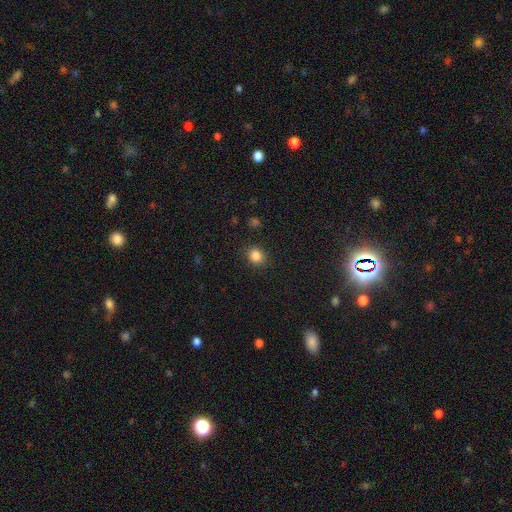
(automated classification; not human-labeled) Smooth or featured? smooth (84%)
How rounded? round (71%)
Merging? none (88%)